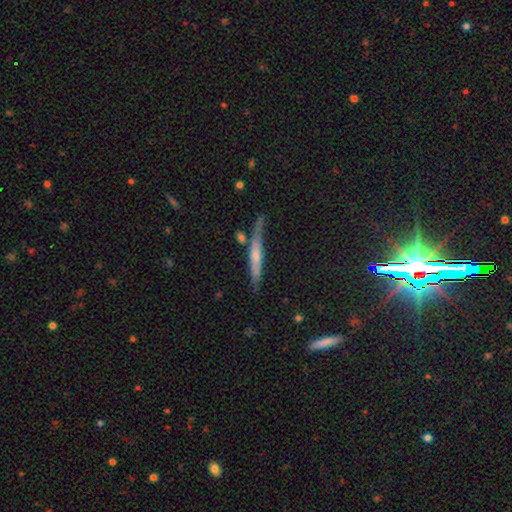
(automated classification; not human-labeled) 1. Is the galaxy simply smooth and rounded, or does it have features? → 52% featured or disk, 39% smooth, 9% star or artifact.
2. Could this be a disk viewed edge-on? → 93% yes, 7% no.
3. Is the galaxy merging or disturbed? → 75% none, 16% minor disturbance, 5% merger, 3% major disturbance.